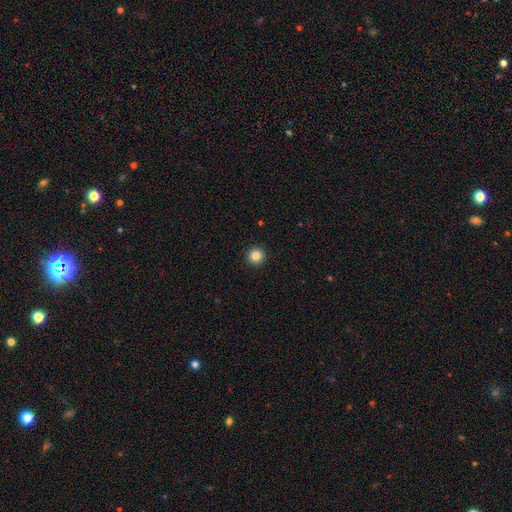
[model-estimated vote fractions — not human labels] Smooth or featured: smooth — 84% (star or artifact — 11%)
How rounded: round — 96% (in between — 3%)
Merging: none — 94% (minor disturbance — 4%)